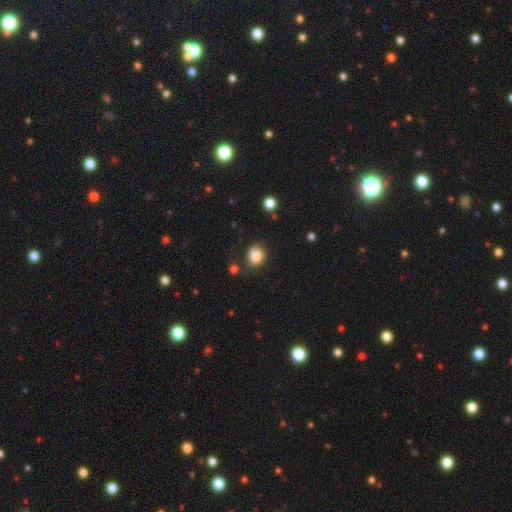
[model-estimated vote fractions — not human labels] Q: Smooth or featured?
A: smooth (85%); runner-up: star or artifact (10%)
Q: How rounded?
A: round (67%); runner-up: in between (32%)
Q: Merging?
A: none (73%); runner-up: minor disturbance (18%)